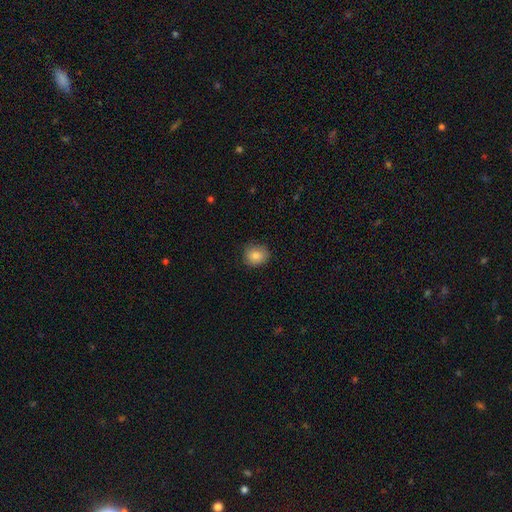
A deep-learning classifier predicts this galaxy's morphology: type=smooth (85%); roundness=round (72%); merging=none (81%).